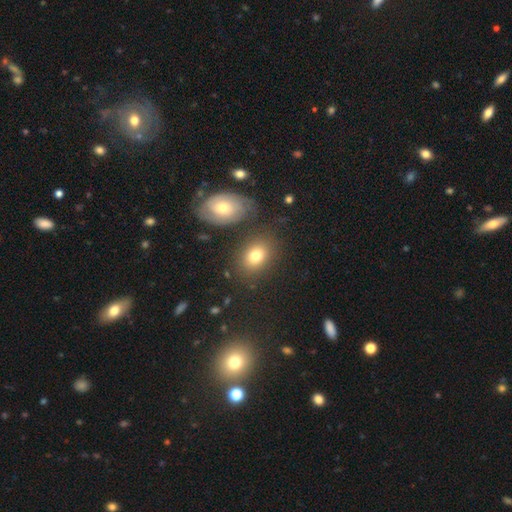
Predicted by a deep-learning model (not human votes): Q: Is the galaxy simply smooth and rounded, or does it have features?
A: smooth — 74%.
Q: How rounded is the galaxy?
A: in between — 66%.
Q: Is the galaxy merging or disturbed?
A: none — 76%.